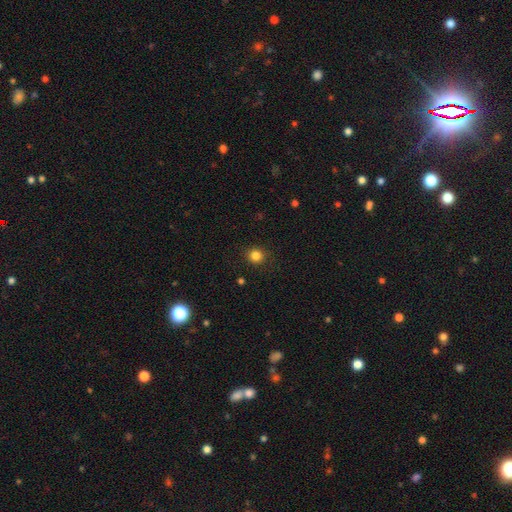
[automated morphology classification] This is clearly a smooth galaxy (83%). How rounded: clearly round (91%). Merging: clearly none (90%).